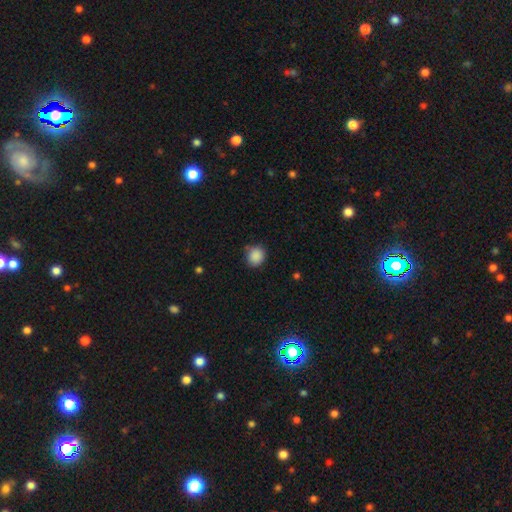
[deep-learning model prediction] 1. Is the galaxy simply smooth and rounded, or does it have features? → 88% smooth, 9% star or artifact, 3% featured or disk.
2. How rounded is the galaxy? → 83% round, 16% in between, 1% cigar-shaped.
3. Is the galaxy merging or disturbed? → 75% none, 19% minor disturbance, 4% major disturbance, 2% merger.